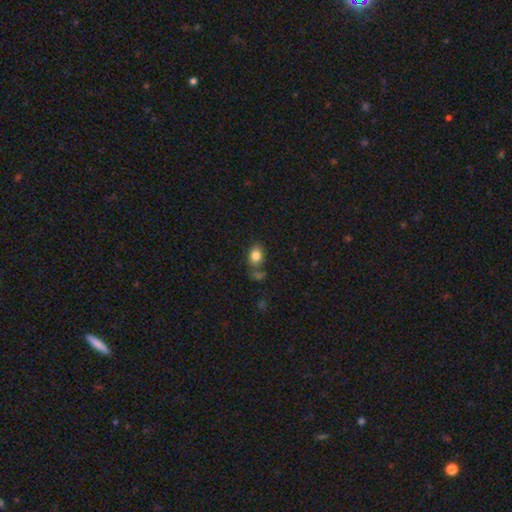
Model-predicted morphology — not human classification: Q: Smooth or featured?
A: smooth (83%); runner-up: star or artifact (10%)
Q: How rounded?
A: in between (64%); runner-up: round (35%)
Q: Merging?
A: none (66%); runner-up: minor disturbance (15%)